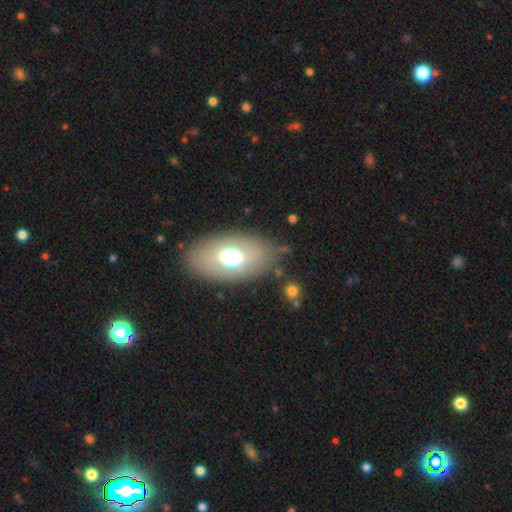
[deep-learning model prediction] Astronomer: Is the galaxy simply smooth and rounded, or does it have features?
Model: smooth — 61%.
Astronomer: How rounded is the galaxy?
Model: in between — 90%.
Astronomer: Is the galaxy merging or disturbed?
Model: none — 82%.